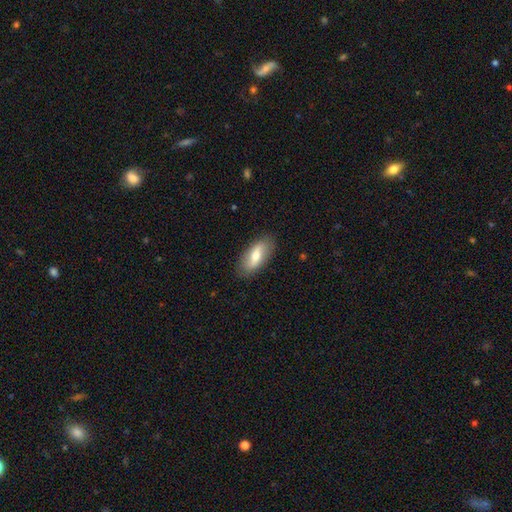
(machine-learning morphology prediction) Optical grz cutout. It shows a smooth galaxy with no disk features (56%) that is in between round and cigar-shaped (83%). Merging: none (86%).